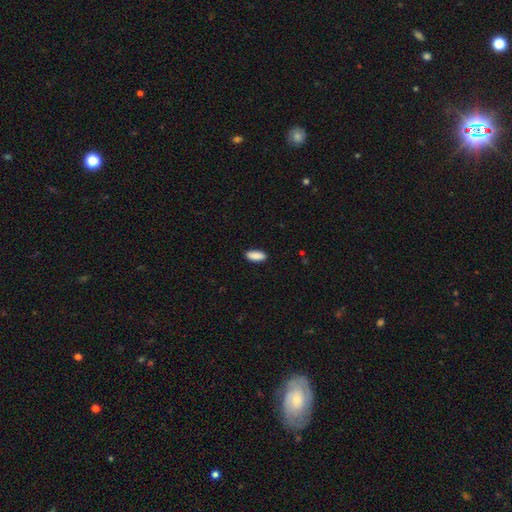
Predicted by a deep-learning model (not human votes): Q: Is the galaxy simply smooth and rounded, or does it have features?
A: smooth — 90%.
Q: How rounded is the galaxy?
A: in between — 82%.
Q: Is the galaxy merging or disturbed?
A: none — 88%.